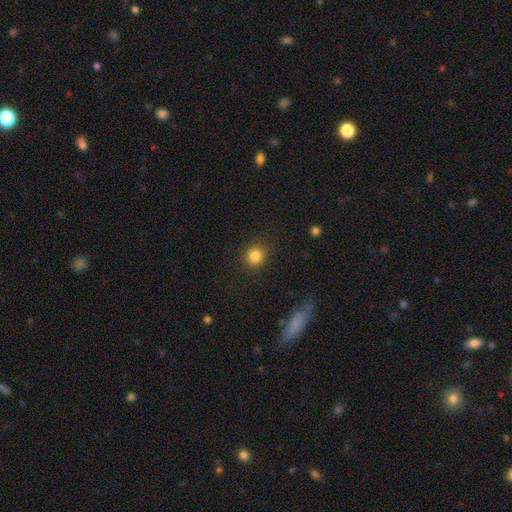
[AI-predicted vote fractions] smooth_or_featured: smooth (p=0.84) [alt: star or artifact p=0.11]
how_rounded: round (p=0.87) [alt: in between p=0.12]
merging: none (p=0.89) [alt: minor disturbance p=0.07]